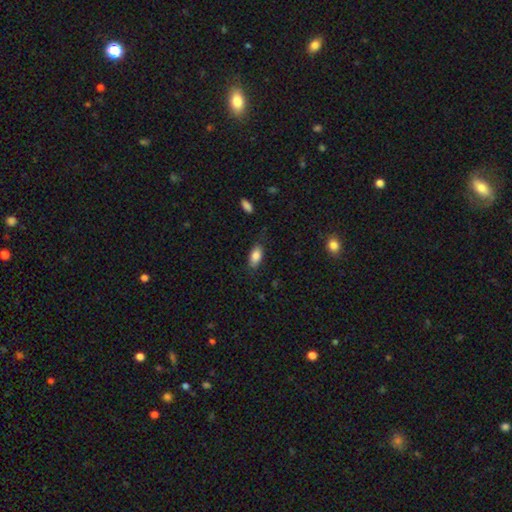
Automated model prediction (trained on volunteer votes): Smooth or featured? Predicted: smooth (p=0.83). How rounded? Predicted: in between (p=0.89). Merging? Predicted: none (p=0.77).